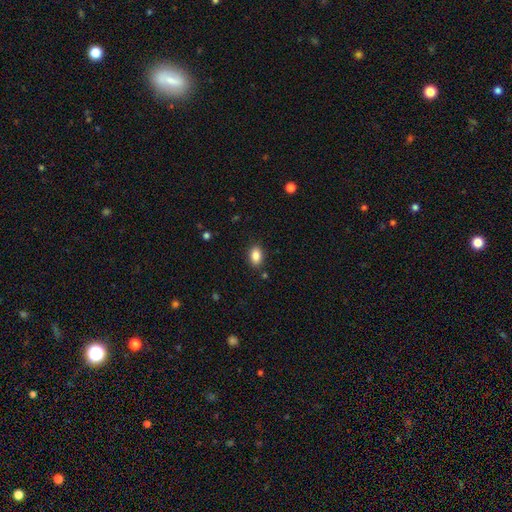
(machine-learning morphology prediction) A smooth galaxy with no disk features (86%) that is in between round and cigar-shaped (86%).

Vote fractions:
- Smooth or featured? smooth: 86% / star or artifact: 8% / featured or disk: 6%
- How rounded? in between: 86% / round: 12% / cigar-shaped: 2%
- Merging? none: 87% / minor disturbance: 9% / major disturbance: 2% / merger: 2%